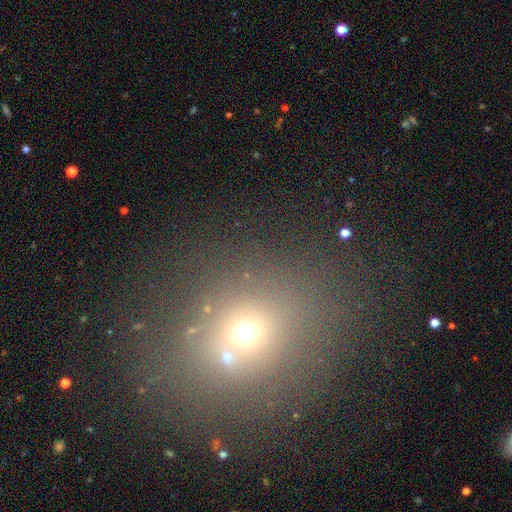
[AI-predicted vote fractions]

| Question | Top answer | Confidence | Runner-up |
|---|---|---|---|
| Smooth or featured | smooth | 54% | star or artifact (33%) |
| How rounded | round | 69% | in between (30%) |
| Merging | none | 71% | merger (12%) |